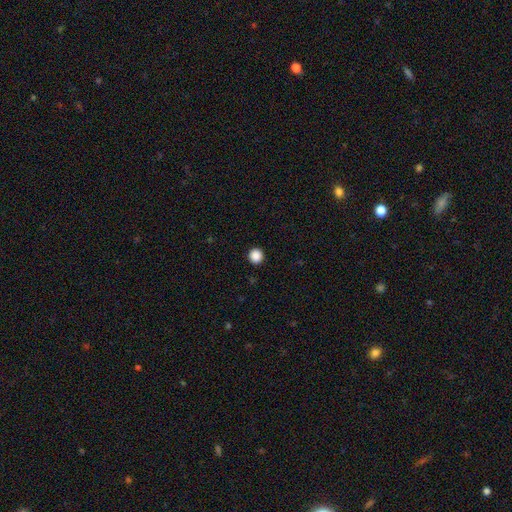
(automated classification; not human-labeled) The model was most divided on "smooth or featured": smooth: 88%, star or artifact: 10%, featured or disk: 2%. More confident: how rounded — round (96%); merging — none (93%).